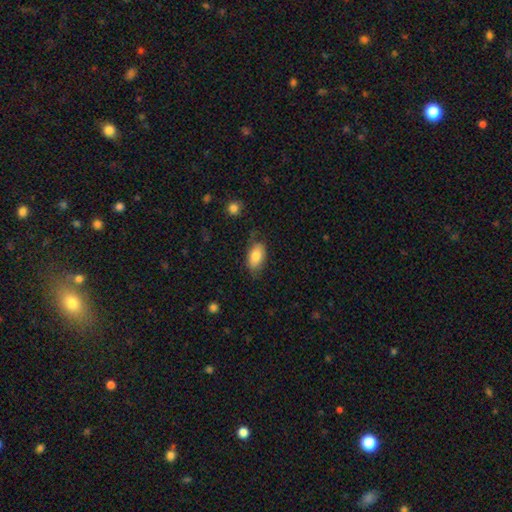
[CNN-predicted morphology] The model was most divided on "merging": none: 67%, minor disturbance: 23%, major disturbance: 8%, merger: 2%. More confident: how rounded — in between (93%); smooth or featured — smooth (79%).